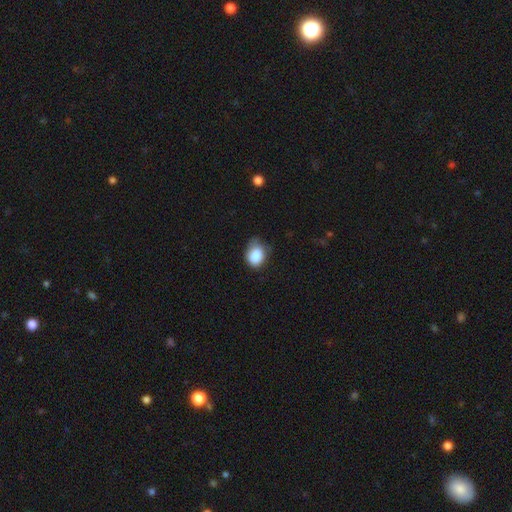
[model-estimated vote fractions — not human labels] Q: Smooth or featured?
A: smooth (85%); runner-up: star or artifact (8%)
Q: How rounded?
A: in between (63%); runner-up: round (36%)
Q: Merging?
A: minor disturbance (44%); runner-up: none (41%)